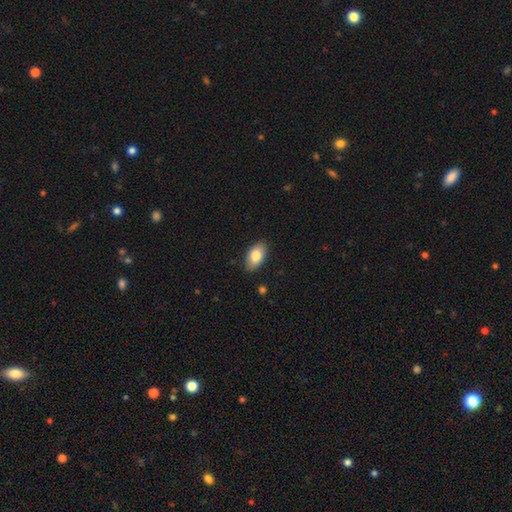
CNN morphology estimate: This is clearly a smooth galaxy (82%). How rounded: clearly in between (94%). Merging: clearly none (87%).